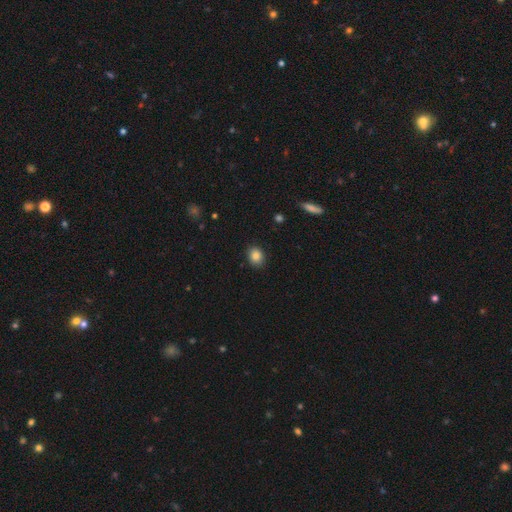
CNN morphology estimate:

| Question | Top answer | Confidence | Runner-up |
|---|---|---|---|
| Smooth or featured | smooth | 85% | star or artifact (10%) |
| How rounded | in between | 50% | round (49%) |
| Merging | none | 87% | minor disturbance (9%) |